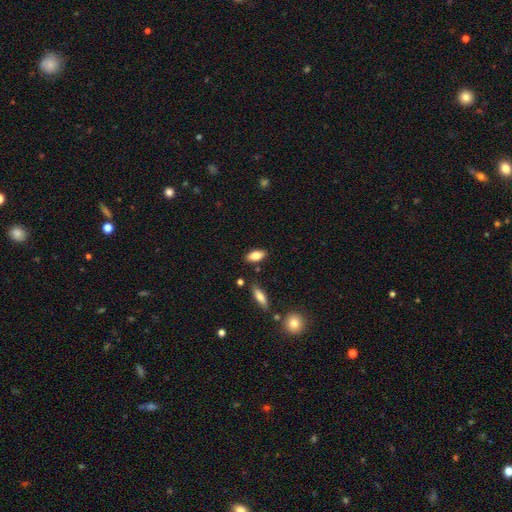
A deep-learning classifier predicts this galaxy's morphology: A smooth galaxy with no disk features (79%) that is in between round and cigar-shaped (86%). Merging: none (83%).